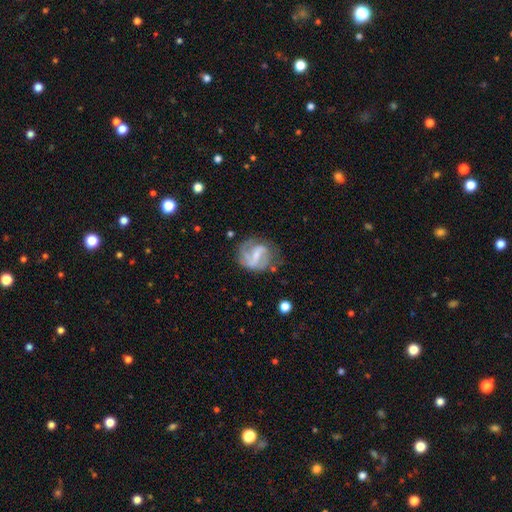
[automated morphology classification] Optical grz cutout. It shows a featured or disk galaxy (76%) with a weak bar (48%), 2 (73%) medium (45%) spiral arms (87%) and a small central bulge (52%). Merging: none (60%).